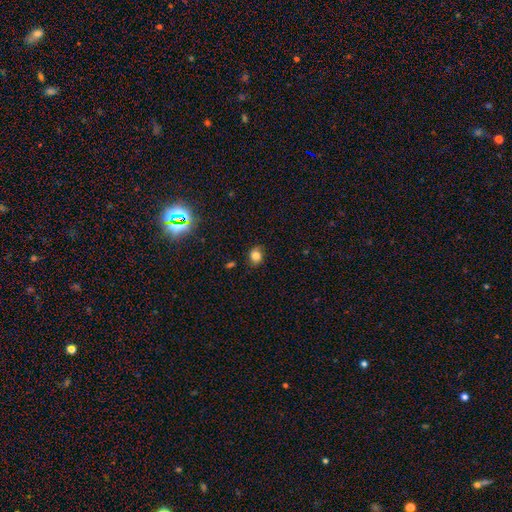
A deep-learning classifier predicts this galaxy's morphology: smooth-or-featured: smooth: 76% | star or artifact: 14% | featured or disk: 10%
  how-rounded: round: 57% | in between: 42% | cigar-shaped: 1%
  merging: none: 75% | minor disturbance: 19% | major disturbance: 5% | merger: 2%